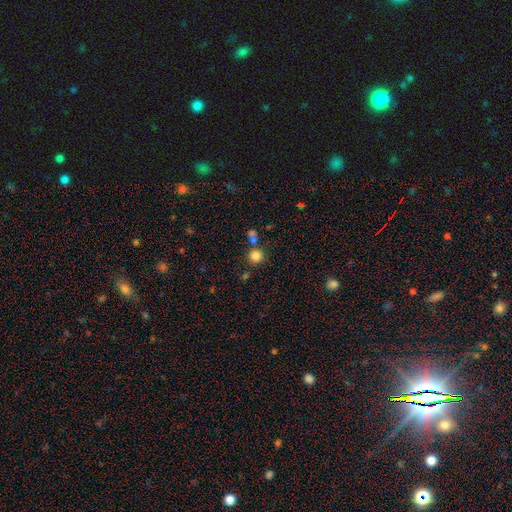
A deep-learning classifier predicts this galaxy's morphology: Overall: smooth (82%). How rounded: round (93%). Merging: none (75%).